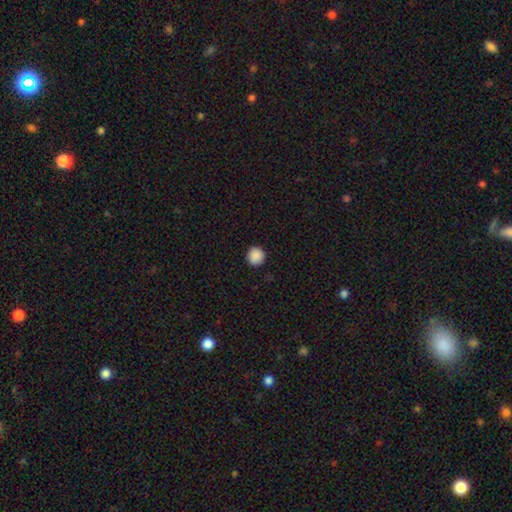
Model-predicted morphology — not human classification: Smooth or featured?
  - smooth: 89% *
  - star or artifact: 8%
  - featured or disk: 2%
How rounded?
  - round: 94% *
  - in between: 5%
  - cigar-shaped: 1%
Merging?
  - none: 92% *
  - minor disturbance: 5%
  - major disturbance: 2%
  - merger: 1%